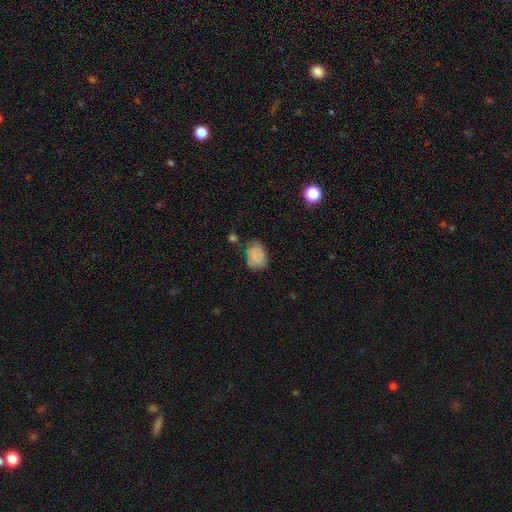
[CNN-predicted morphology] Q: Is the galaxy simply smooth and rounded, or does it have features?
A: smooth — 75%.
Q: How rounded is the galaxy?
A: in between — 65%.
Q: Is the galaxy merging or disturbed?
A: none — 61%.